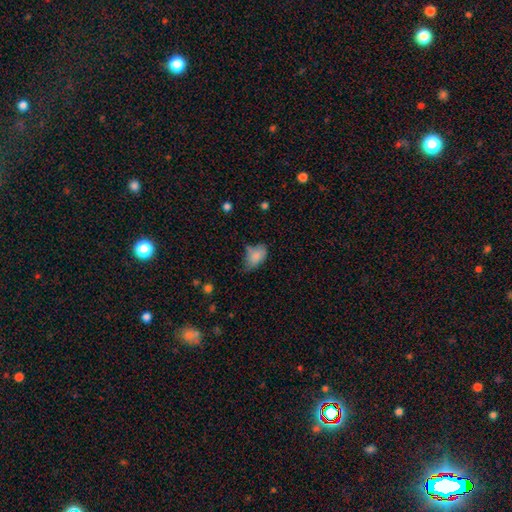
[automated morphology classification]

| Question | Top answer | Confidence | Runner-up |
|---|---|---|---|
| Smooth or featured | smooth | 79% | featured or disk (12%) |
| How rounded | in between | 90% | round (8%) |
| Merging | minor disturbance | 39% | tied: none (39%) |